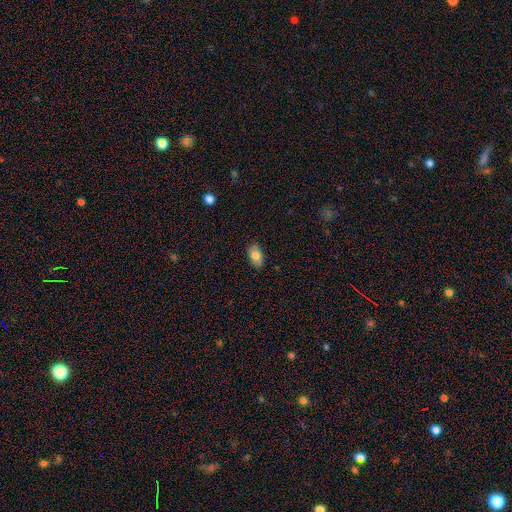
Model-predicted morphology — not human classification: smooth-or-featured: smooth: 78% | featured or disk: 14% | star or artifact: 8%
  how-rounded: in between: 90% | round: 8% | cigar-shaped: 2%
  merging: none: 86% | minor disturbance: 11% | major disturbance: 2% | merger: 1%